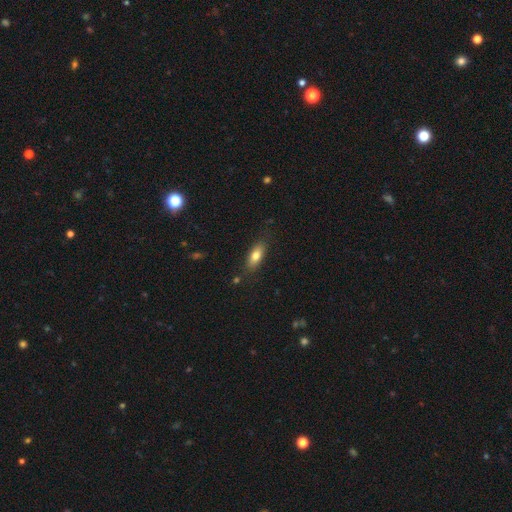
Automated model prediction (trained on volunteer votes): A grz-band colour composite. It shows a smooth galaxy with no disk features (76%) that is in between round and cigar-shaped (79%). Merging: none (82%).